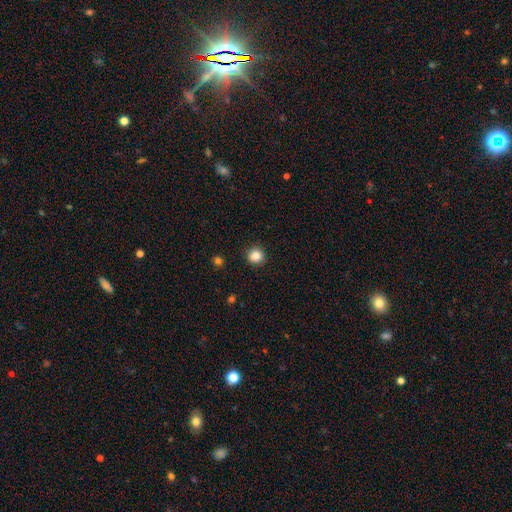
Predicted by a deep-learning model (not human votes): Morphology: type=smooth (85%); roundness=round (92%); merging=none (91%).